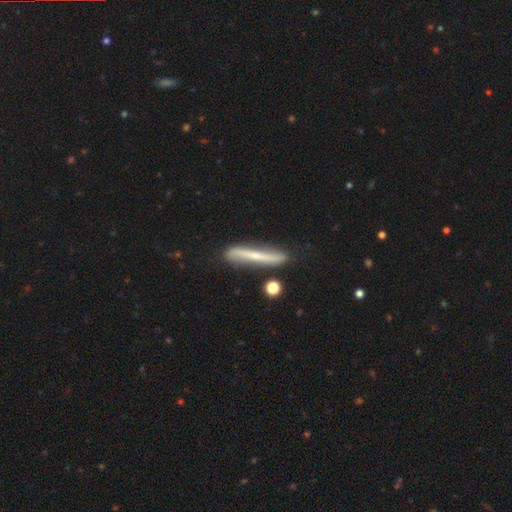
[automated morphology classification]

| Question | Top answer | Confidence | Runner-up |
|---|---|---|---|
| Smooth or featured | featured or disk | 58% | smooth (35%) |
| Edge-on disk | yes | 74% | no (26%) |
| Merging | none | 74% | minor disturbance (18%) |